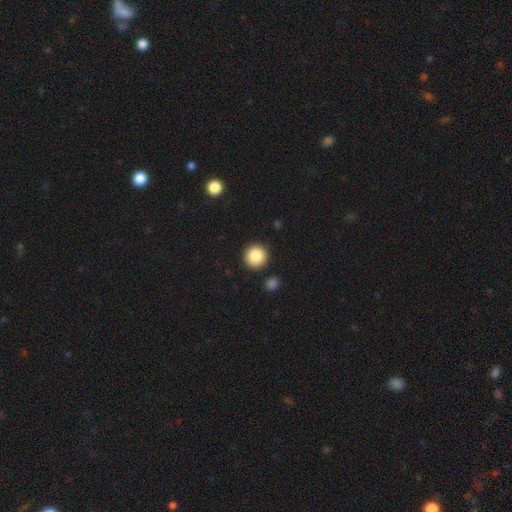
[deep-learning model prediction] Smooth or featured? Predicted: smooth (p=0.86). How rounded? Predicted: round (p=0.95). Merging? Predicted: none (p=0.89).